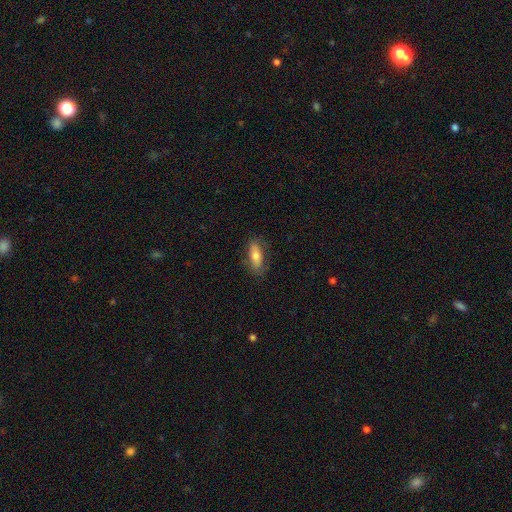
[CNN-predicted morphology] Smooth or featured: smooth — 65% (featured or disk — 28%)
How rounded: in between — 74% (cigar-shaped — 23%)
Merging: none — 76% (minor disturbance — 17%)